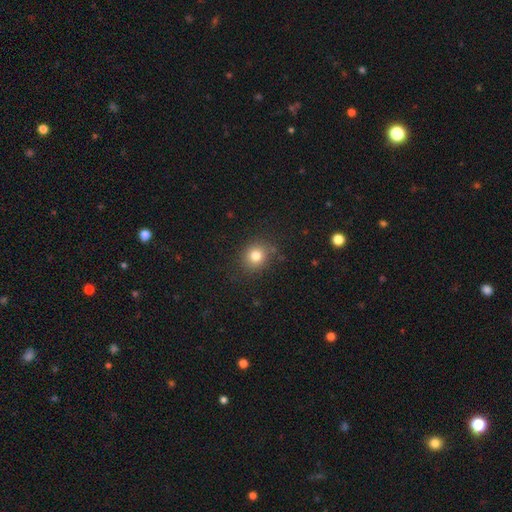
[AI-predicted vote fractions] This appears to be a smooth galaxy with no disk features (79%) that is round (81%). Merging: none (83%).